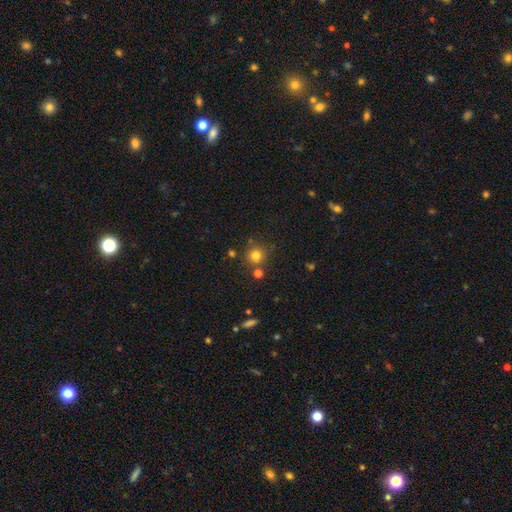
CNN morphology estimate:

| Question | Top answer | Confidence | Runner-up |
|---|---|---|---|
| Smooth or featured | smooth | 78% | star or artifact (15%) |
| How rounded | round | 92% | in between (7%) |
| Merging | none | 77% | merger (11%) |